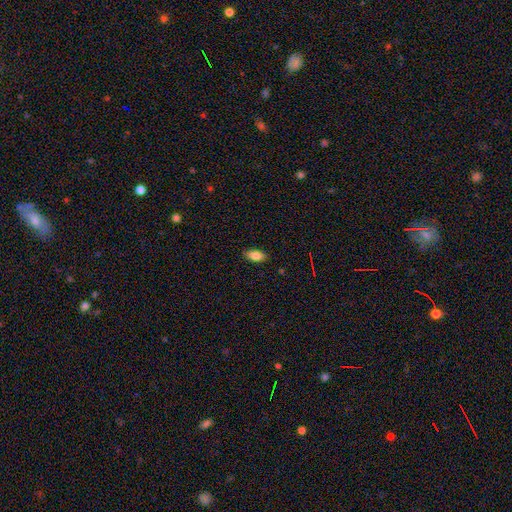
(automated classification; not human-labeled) Smooth or featured? Predicted: smooth (p=0.80). How rounded? Predicted: in between (p=0.87). Merging? Predicted: none (p=0.86).